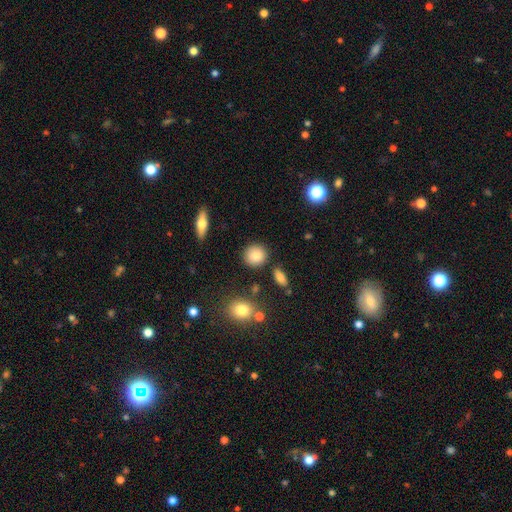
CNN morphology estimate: A smooth galaxy with no disk features (84%) that is round (87%). Merging: none (87%).